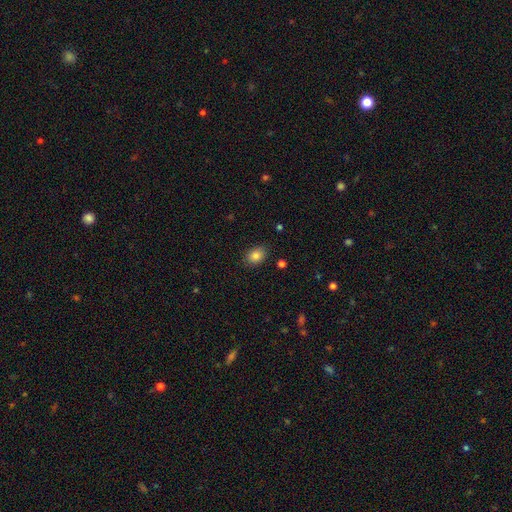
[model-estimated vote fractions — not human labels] Overall: smooth (84%). How rounded: in between (66%; round 33%). Merging: none (86%).